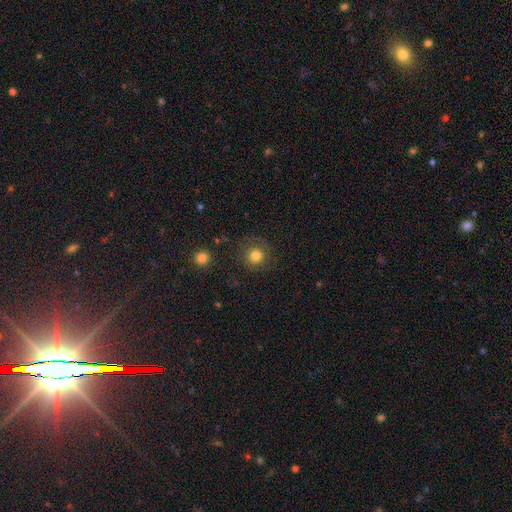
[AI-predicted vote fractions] smooth 80%, star or artifact 12%, featured or disk 8%. Down the decision tree: how rounded — round (93%); merging — none (79%).